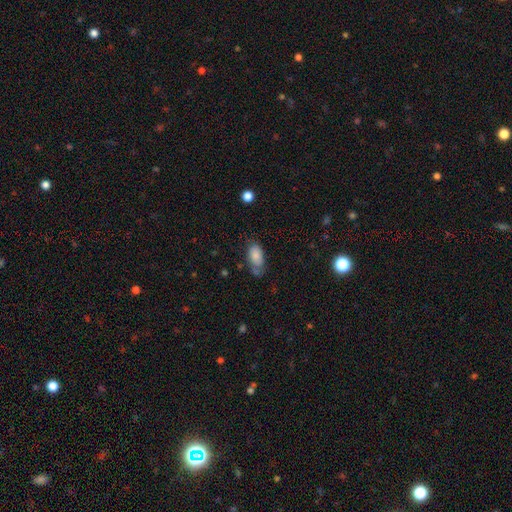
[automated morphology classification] Smooth or featured? smooth (81%)
How rounded? in between (92%)
Merging? none (50%)